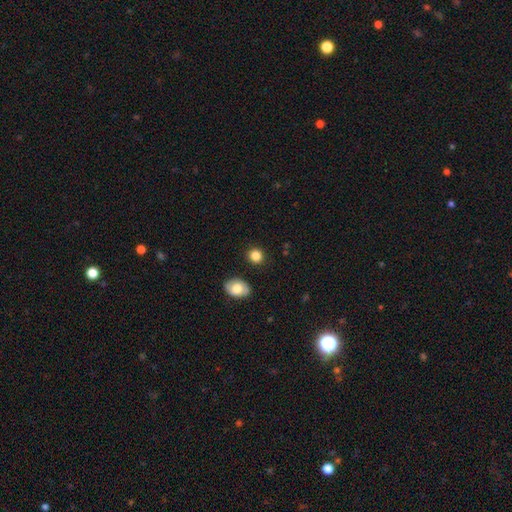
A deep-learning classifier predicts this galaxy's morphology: Smooth or featured: smooth — 84% (star or artifact — 10%)
How rounded: round — 80% (in between — 19%)
Merging: none — 87% (minor disturbance — 7%)